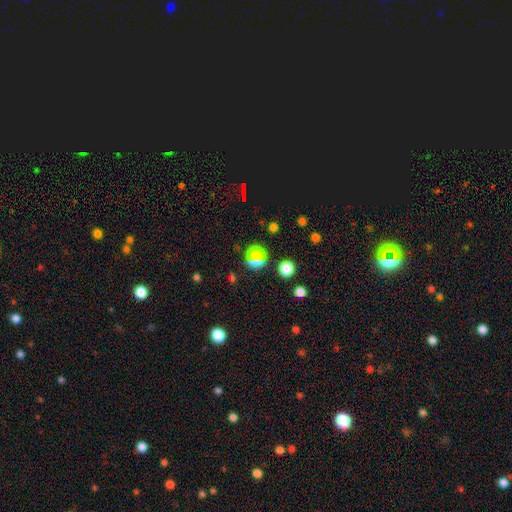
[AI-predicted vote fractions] This is possibly a smooth galaxy (48%). Merging: likely none (79%).